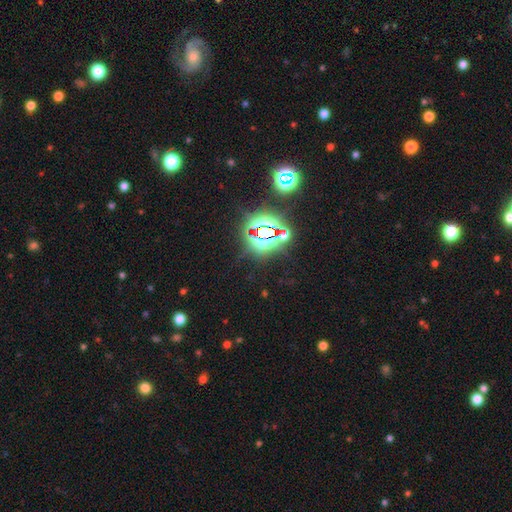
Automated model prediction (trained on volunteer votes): Smooth or featured: star or artifact — 80% (smooth — 13%)